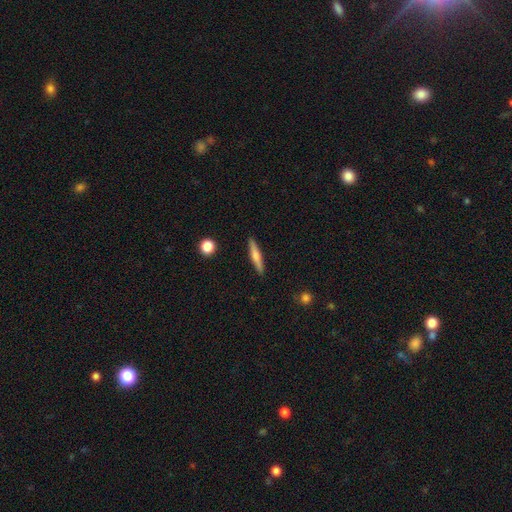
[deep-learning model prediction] smooth_or_featured: smooth (p=0.59) [alt: featured or disk p=0.35]
how_rounded: cigar-shaped (p=0.89) [alt: in between p=0.09]
merging: none (p=0.90) [alt: minor disturbance p=0.07]